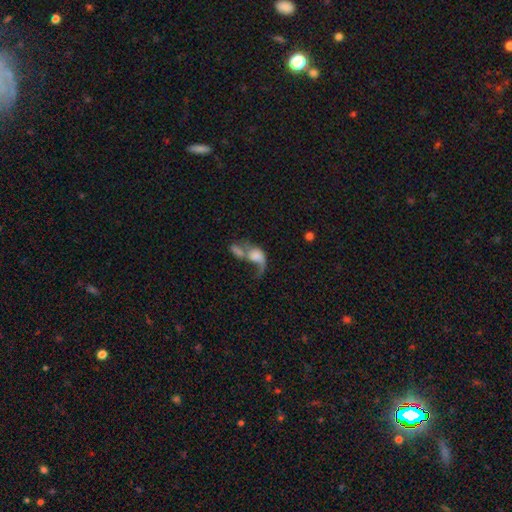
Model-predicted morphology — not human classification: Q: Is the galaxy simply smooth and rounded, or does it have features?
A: smooth — 46%.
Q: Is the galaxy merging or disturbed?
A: merger — 59%.